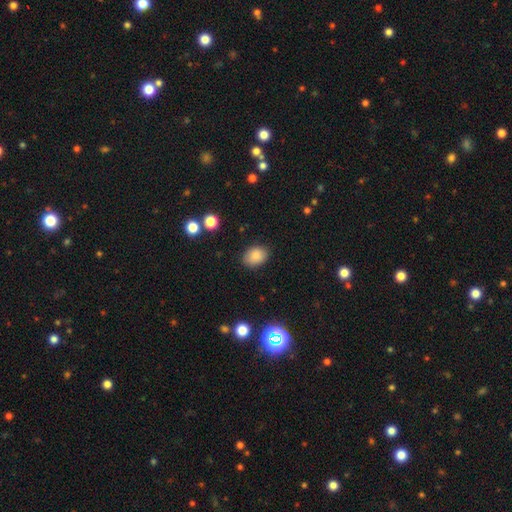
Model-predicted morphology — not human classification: Smooth or featured?
  - smooth: 86% *
  - star or artifact: 9%
  - featured or disk: 5%
How rounded?
  - in between: 68% *
  - round: 31%
  - cigar-shaped: 1%
Merging?
  - none: 83% *
  - minor disturbance: 12%
  - major disturbance: 3%
  - merger: 1%